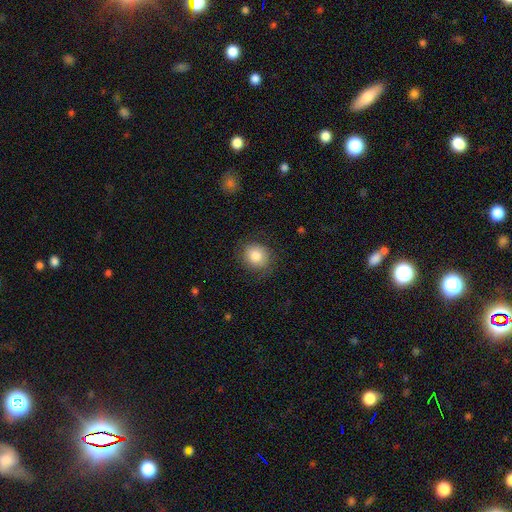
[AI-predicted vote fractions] Morphology: type=smooth (83%); roundness=round (74%); merging=none (79%).